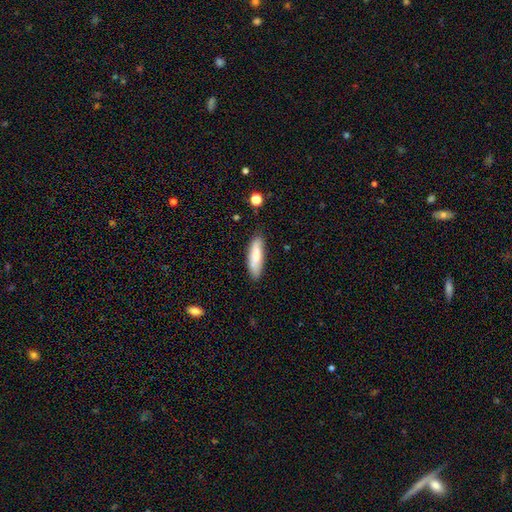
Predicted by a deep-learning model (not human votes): A smooth galaxy with no disk features (79%) that is cigar-shaped (58%). Merging: none (80%).